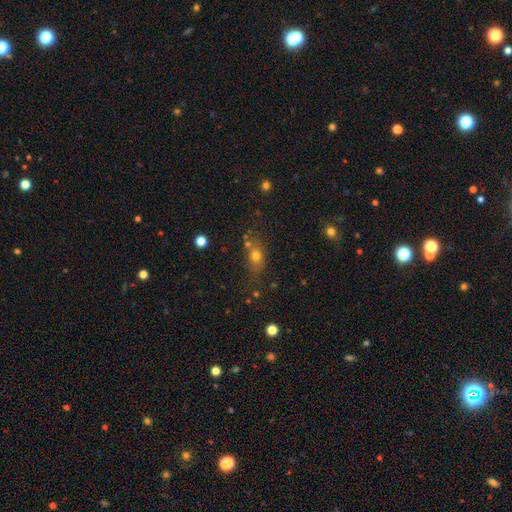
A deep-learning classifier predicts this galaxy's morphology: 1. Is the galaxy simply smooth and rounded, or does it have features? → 71% smooth, 16% star or artifact, 13% featured or disk.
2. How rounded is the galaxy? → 58% in between, 37% round, 5% cigar-shaped.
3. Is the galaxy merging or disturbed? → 65% none, 17% minor disturbance, 11% merger, 7% major disturbance.